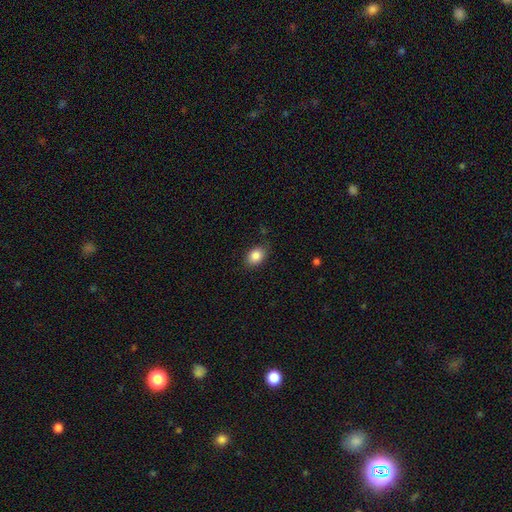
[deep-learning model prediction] smooth_or_featured: smooth (p=0.86) [alt: star or artifact p=0.08]
how_rounded: in between (p=0.73) [alt: round p=0.26]
merging: none (p=0.83) [alt: minor disturbance p=0.13]